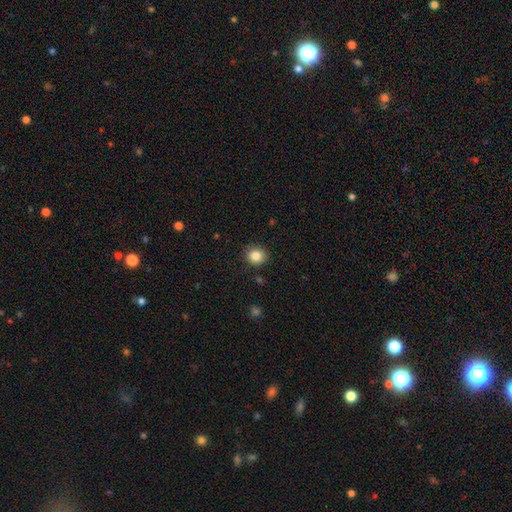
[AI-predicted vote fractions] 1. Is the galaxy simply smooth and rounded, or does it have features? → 85% smooth, 10% star or artifact, 5% featured or disk.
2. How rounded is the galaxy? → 84% round, 15% in between, 1% cigar-shaped.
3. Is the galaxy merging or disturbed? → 88% none, 8% minor disturbance, 2% major disturbance, 1% merger.